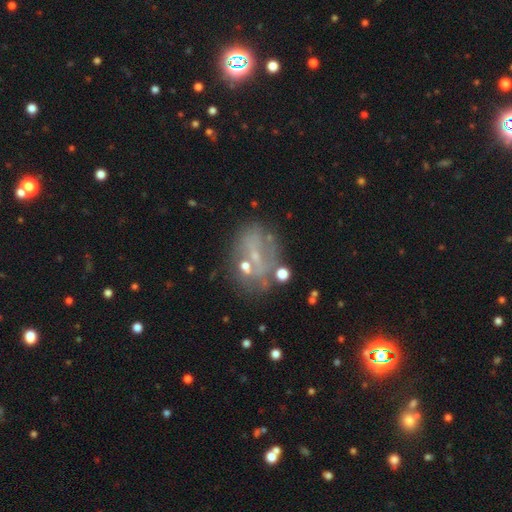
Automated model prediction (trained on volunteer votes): Morphology: type=featured or disk (49%); merging=none (51%).